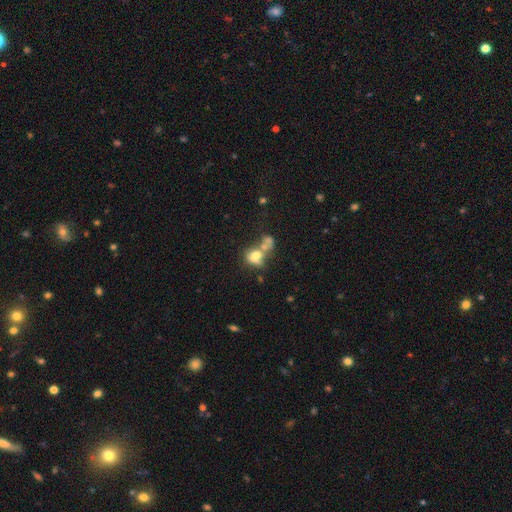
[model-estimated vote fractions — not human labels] smooth 62%, featured or disk 26%, star or artifact 12%. Down the decision tree: how rounded — in between (59%); merging — merger (61%).